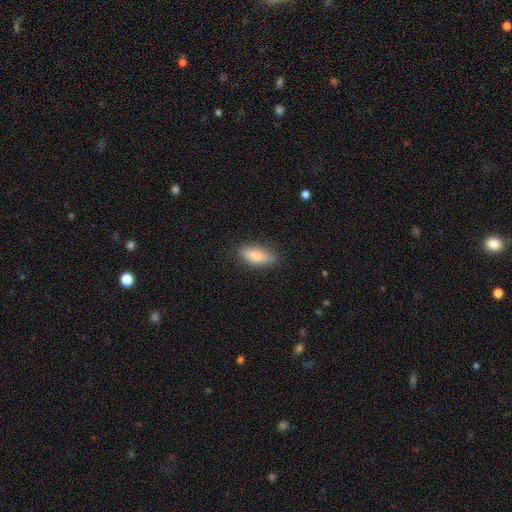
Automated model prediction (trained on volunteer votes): Morphology: type=smooth (79%); roundness=in between (69%); merging=none (83%).